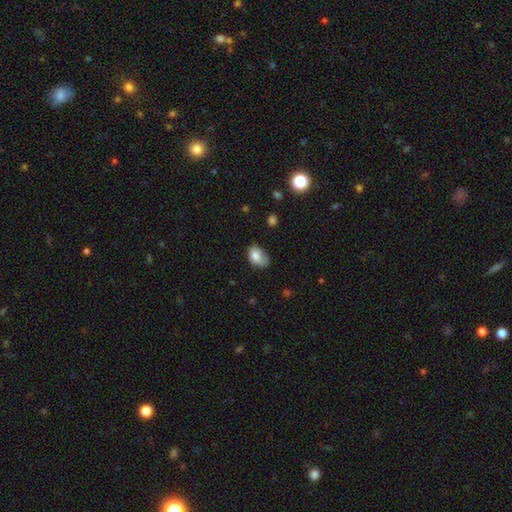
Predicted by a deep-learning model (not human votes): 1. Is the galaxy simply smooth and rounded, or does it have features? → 80% smooth, 12% featured or disk, 8% star or artifact.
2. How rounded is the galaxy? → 83% in between, 16% round, 1% cigar-shaped.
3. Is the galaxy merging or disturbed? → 45% none, 39% minor disturbance, 13% major disturbance, 2% merger.